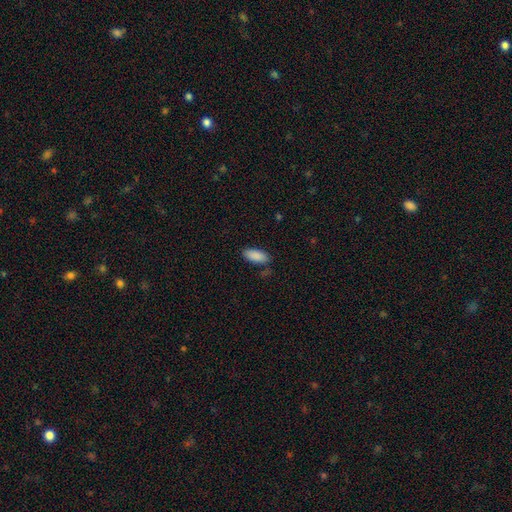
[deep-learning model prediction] Morphology: type=smooth (89%); roundness=in between (87%); merging=none (80%).